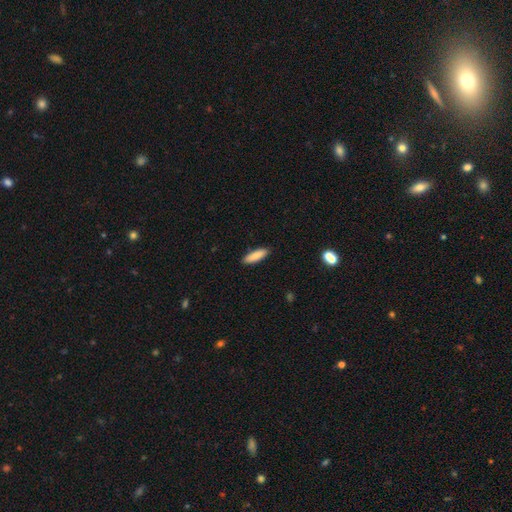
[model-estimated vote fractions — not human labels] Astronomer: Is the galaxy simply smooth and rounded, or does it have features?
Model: smooth — 86%.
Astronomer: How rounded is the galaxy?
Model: cigar-shaped — 55% (runner-up: in between, 43%).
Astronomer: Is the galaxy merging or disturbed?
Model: none — 90%.